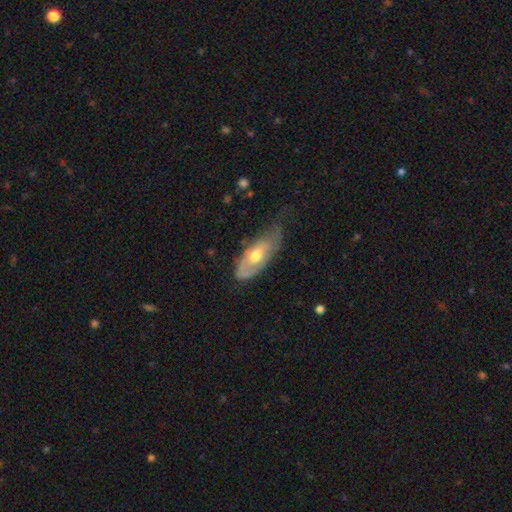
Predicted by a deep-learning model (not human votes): The model was most divided on "merging" (2-way tie): none: 38%, minor disturbance: 38%, major disturbance: 22%, merger: 2%. More confident: edge-on disk — no (82%); smooth or featured — featured or disk (52%).